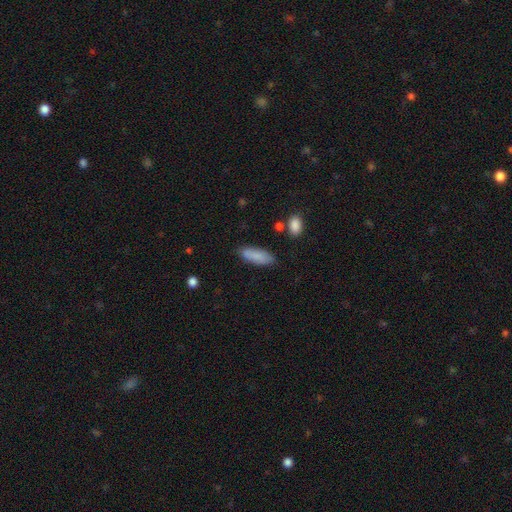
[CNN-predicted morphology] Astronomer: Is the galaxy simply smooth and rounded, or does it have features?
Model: smooth — 86%.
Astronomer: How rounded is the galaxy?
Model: in between — 60% (runner-up: cigar-shaped, 38%).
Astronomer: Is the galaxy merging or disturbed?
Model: none — 81%.